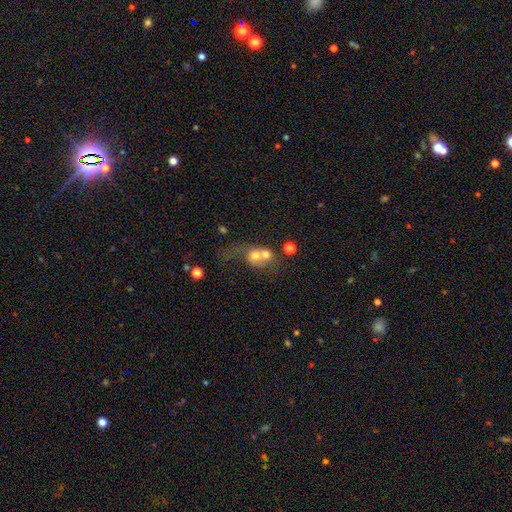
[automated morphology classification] The model was most divided on "smooth or featured": smooth: 60%, featured or disk: 27%, star or artifact: 13%. More confident: how rounded — round (68%); merging — merger (67%).